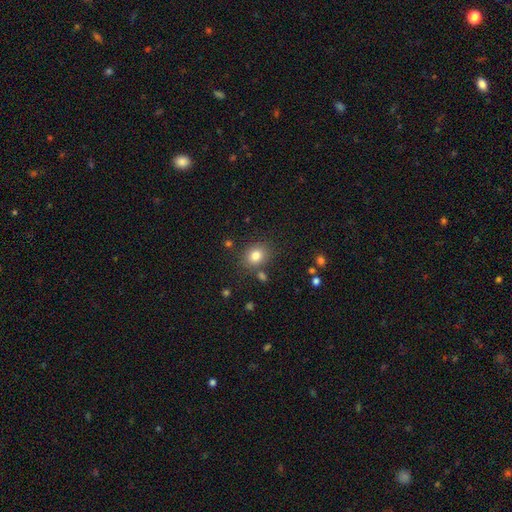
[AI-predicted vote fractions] A smooth galaxy with no disk features (81%) that is round (58%).

Vote fractions:
- Smooth or featured? smooth: 81% / star or artifact: 12% / featured or disk: 8%
- How rounded? round: 58% / in between: 41% / cigar-shaped: 1%
- Merging? none: 80% / minor disturbance: 11% / merger: 6% / major disturbance: 4%